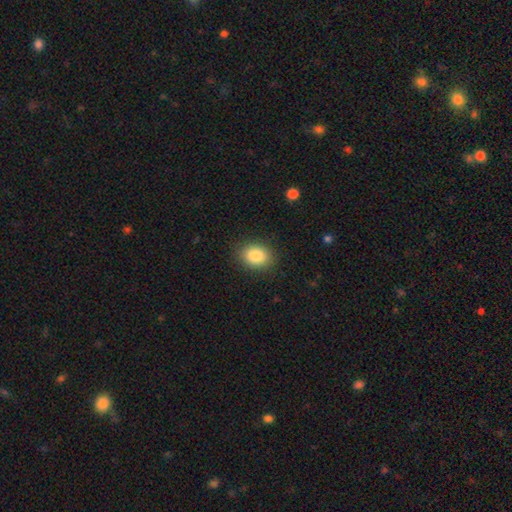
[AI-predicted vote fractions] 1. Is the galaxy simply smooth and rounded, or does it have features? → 85% smooth, 9% star or artifact, 6% featured or disk.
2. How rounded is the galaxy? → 60% in between, 39% round, 1% cigar-shaped.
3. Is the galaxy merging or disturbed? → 88% none, 8% minor disturbance, 2% major disturbance, 1% merger.